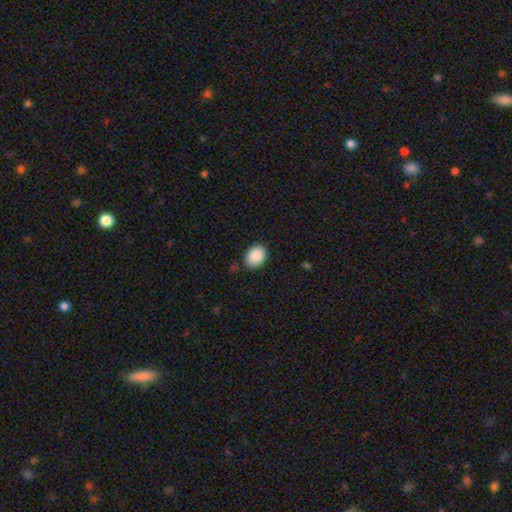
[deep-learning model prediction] smooth_or_featured: smooth (p=0.88) [alt: star or artifact p=0.07]
how_rounded: in between (p=0.65) [alt: round p=0.34]
merging: none (p=0.85) [alt: minor disturbance p=0.11]